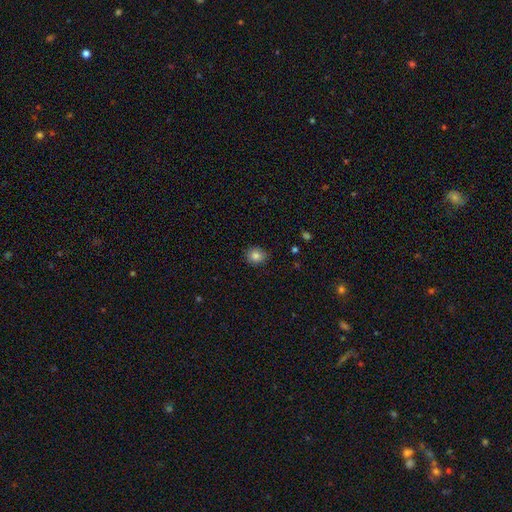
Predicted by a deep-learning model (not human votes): Smooth or featured?
  - smooth: 85% *
  - star or artifact: 10%
  - featured or disk: 5%
How rounded?
  - round: 73% *
  - in between: 26%
  - cigar-shaped: 1%
Merging?
  - none: 85% *
  - minor disturbance: 12%
  - major disturbance: 2%
  - merger: 1%